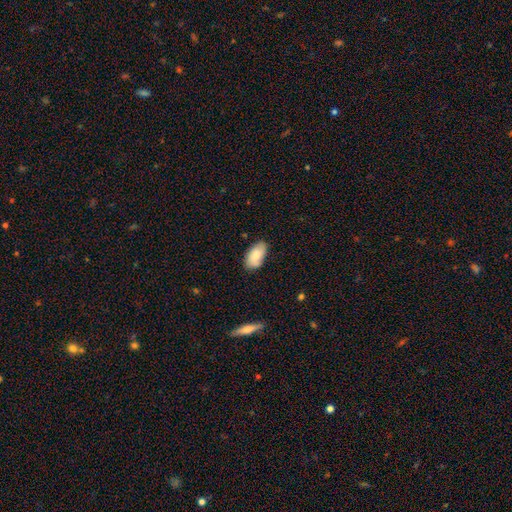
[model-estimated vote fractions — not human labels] Smooth or featured?
  - smooth: 79% *
  - featured or disk: 14%
  - star or artifact: 7%
How rounded?
  - in between: 94% *
  - round: 4%
  - cigar-shaped: 2%
Merging?
  - none: 75% *
  - minor disturbance: 20%
  - major disturbance: 3%
  - merger: 2%